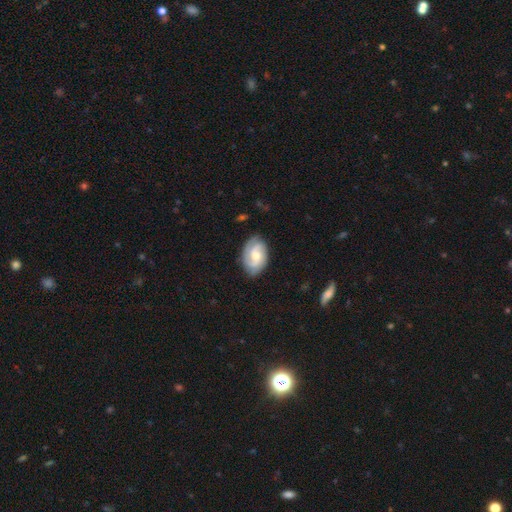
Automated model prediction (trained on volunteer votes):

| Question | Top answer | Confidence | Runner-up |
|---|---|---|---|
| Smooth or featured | featured or disk | 79% | smooth (16%) |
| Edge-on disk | no | 97% | yes (3%) |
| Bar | no | 52% | weak (41%) |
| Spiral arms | yes | 96% | no (4%) |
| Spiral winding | tight | 48% | medium (40%) |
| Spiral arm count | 2 | 41% | 3 (33%) |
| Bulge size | moderate | 61% | small (28%) |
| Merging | none | 79% | minor disturbance (15%) |